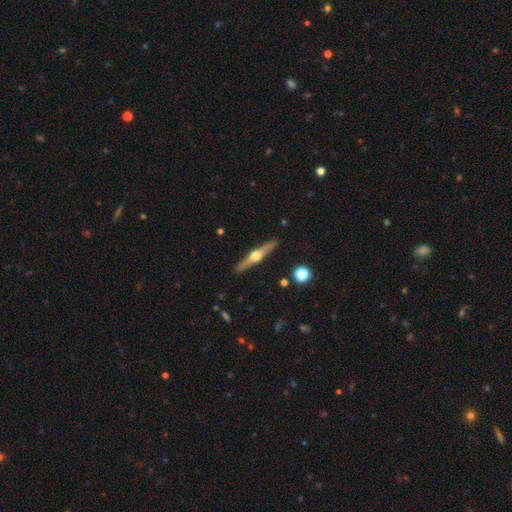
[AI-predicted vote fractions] The model was most divided on "smooth or featured": featured or disk: 75%, smooth: 20%, star or artifact: 5%. More confident: edge-on disk — yes (97%); edge-on bulge — rounded (96%); merging — none (91%).